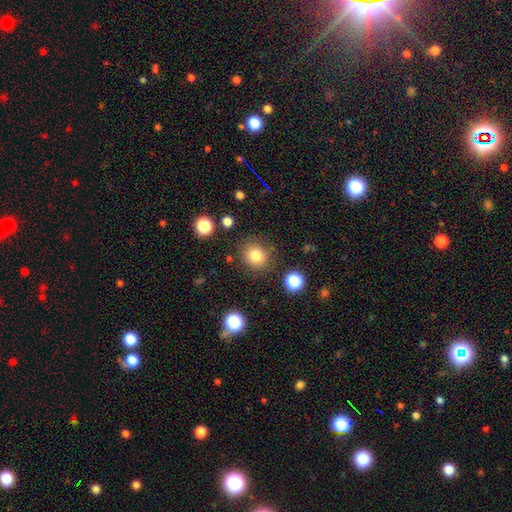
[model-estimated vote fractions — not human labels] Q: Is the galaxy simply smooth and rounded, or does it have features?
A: smooth — 81%.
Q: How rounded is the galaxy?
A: round — 85%.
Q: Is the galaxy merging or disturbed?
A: none — 85%.